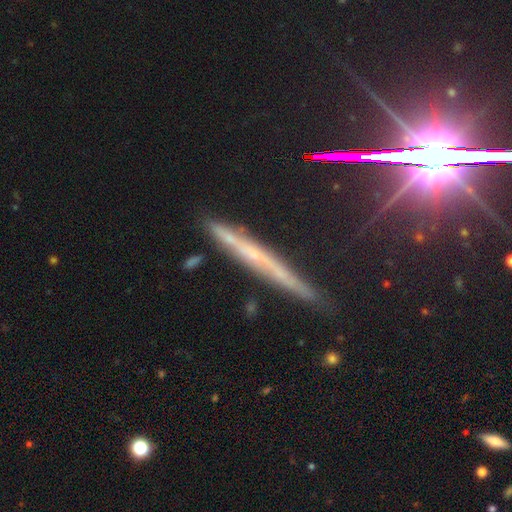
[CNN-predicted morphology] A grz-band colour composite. It shows a featured or disk galaxy (59%) viewed edge-on (92%) with no central bulge (73%). Merging: none (80%).